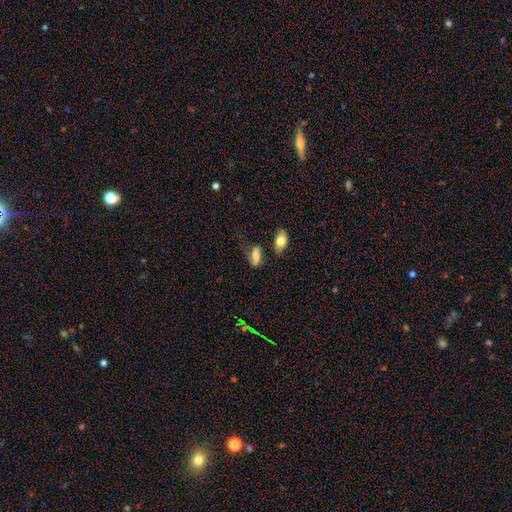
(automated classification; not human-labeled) This appears to be a smooth galaxy with no disk features (59%) that is in between round and cigar-shaped (82%). Merging: none (44%).